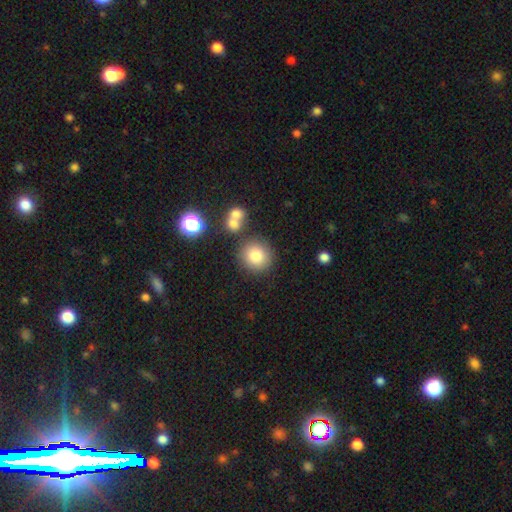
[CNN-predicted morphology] Smooth or featured? Predicted: smooth (p=0.81). How rounded? Predicted: round (p=0.91). Merging? Predicted: none (p=0.79).